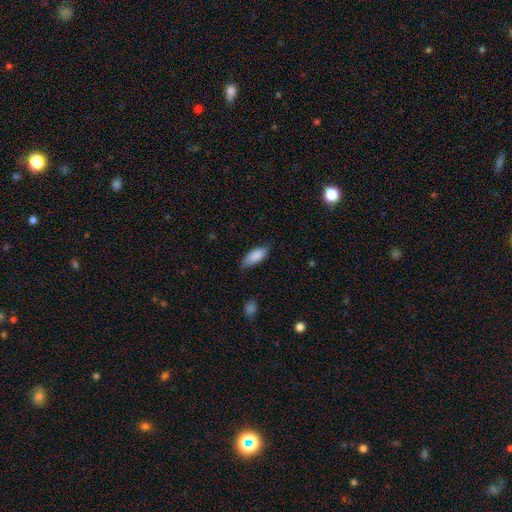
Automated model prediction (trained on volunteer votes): Smooth or featured?
  - smooth: 87% *
  - featured or disk: 7%
  - star or artifact: 6%
How rounded?
  - in between: 82% *
  - cigar-shaped: 16%
  - round: 2%
Merging?
  - none: 69% *
  - minor disturbance: 25%
  - major disturbance: 5%
  - merger: 2%